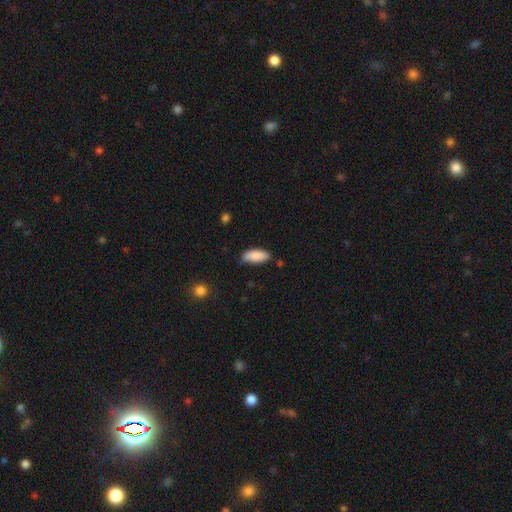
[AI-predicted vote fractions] smooth-or-featured: smooth: 88% | star or artifact: 6% | featured or disk: 6%
  how-rounded: in between: 81% | cigar-shaped: 17% | round: 2%
  merging: none: 75% | minor disturbance: 20% | major disturbance: 3% | merger: 2%